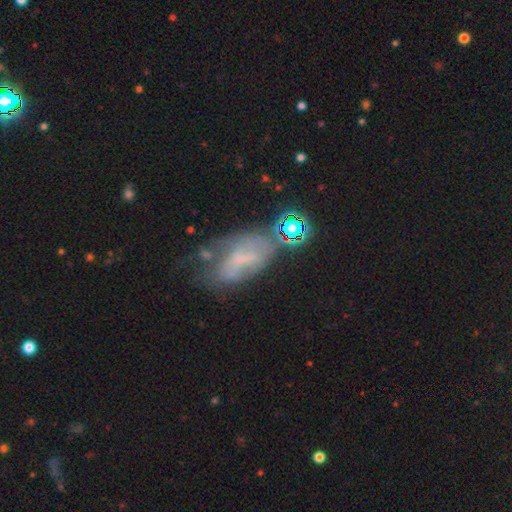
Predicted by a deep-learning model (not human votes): The model was most divided on "merging": none: 38%, minor disturbance: 26%, major disturbance: 25%, merger: 12%. Remaining: smooth or featured — featured or disk (47%).